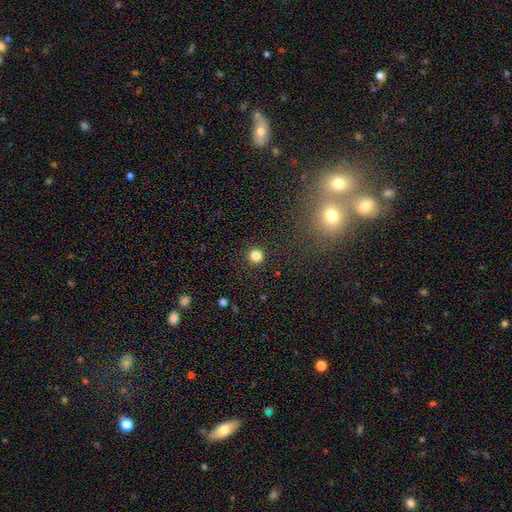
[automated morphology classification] smooth_or_featured: smooth (p=0.82) [alt: star or artifact p=0.13]
how_rounded: round (p=0.95) [alt: in between p=0.04]
merging: none (p=0.93) [alt: minor disturbance p=0.04]